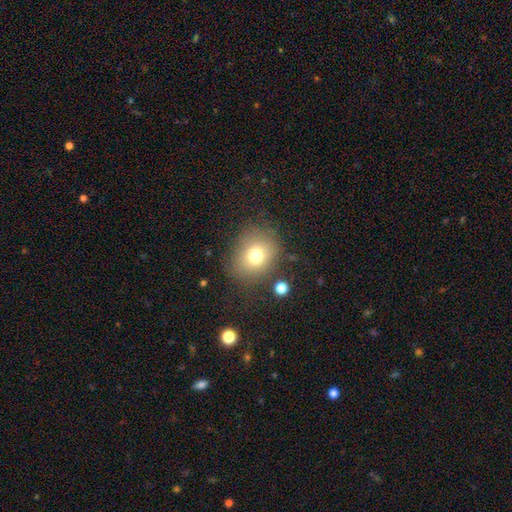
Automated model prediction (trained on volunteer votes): This appears to be a smooth galaxy with no disk features (73%) that is round (63%). Merging: none (77%).